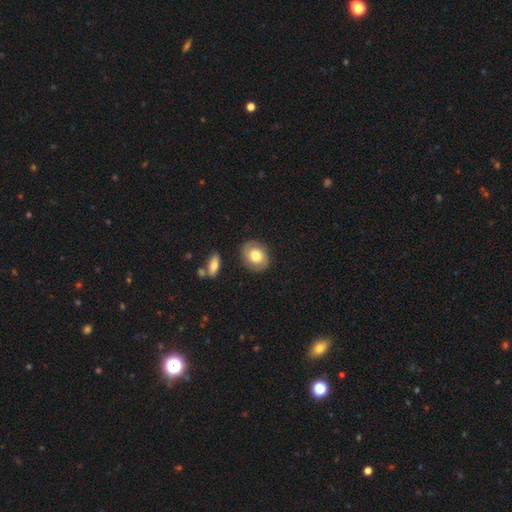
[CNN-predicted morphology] Smooth or featured: smooth — 56% (featured or disk — 37%)
How rounded: round — 62% (in between — 37%)
Merging: none — 84% (minor disturbance — 11%)